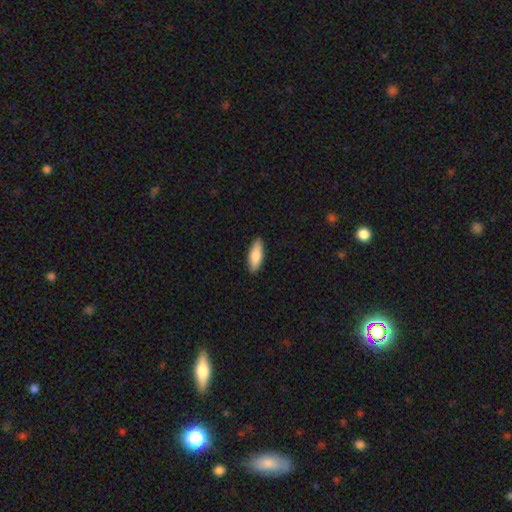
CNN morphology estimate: smooth_or_featured: smooth (p=0.81) [alt: featured or disk p=0.14]
how_rounded: in between (p=0.62) [alt: cigar-shaped p=0.36]
merging: none (p=0.90) [alt: minor disturbance p=0.08]